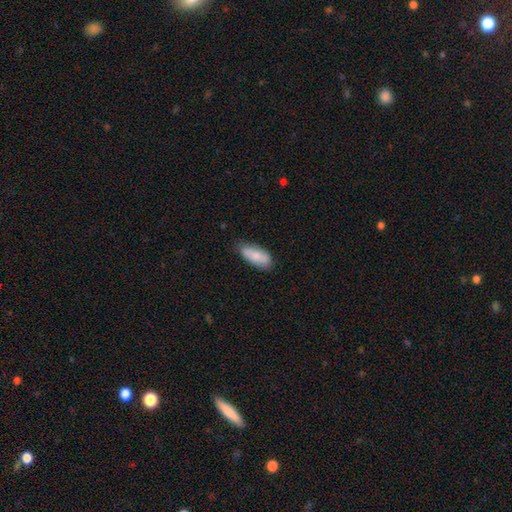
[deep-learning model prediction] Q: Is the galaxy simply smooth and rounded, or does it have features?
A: smooth — 80%.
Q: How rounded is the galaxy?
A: in between — 82%.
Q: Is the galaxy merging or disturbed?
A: none — 73%.